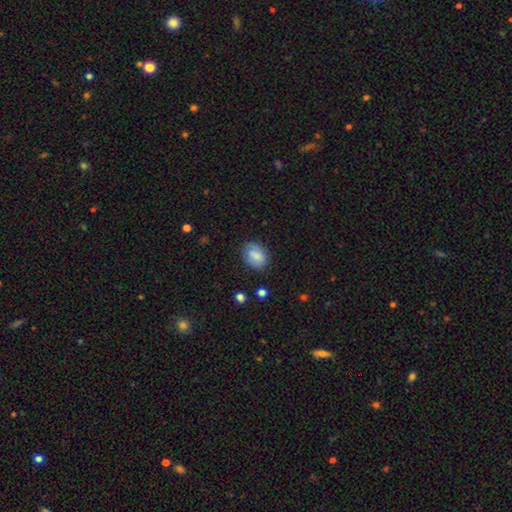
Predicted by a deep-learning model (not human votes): A smooth galaxy with no disk features (79%) that is in between round and cigar-shaped (68%).

Vote fractions:
- Smooth or featured? smooth: 79% / featured or disk: 13% / star or artifact: 8%
- How rounded? in between: 68% / round: 31% / cigar-shaped: 1%
- Merging? none: 77% / minor disturbance: 17% / major disturbance: 4% / merger: 2%